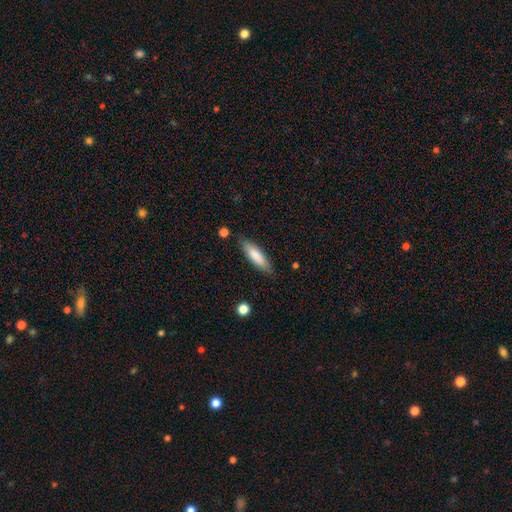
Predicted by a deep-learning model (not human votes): The model was most divided on "how rounded": cigar-shaped: 64%, in between: 35%, round: 1%. More confident: merging — none (83%); smooth or featured — smooth (81%).